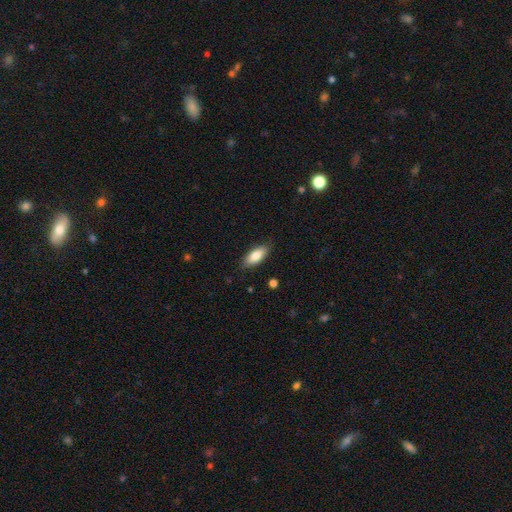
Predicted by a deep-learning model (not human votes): Morphology: type=smooth (83%); roundness=in between (81%); merging=none (85%).